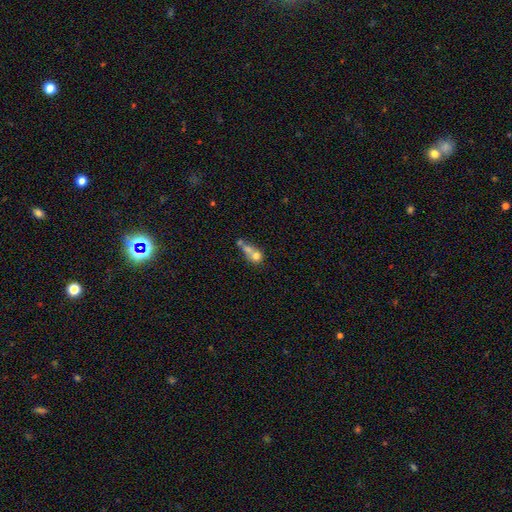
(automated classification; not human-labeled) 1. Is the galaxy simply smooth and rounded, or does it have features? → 62% smooth, 25% featured or disk, 13% star or artifact.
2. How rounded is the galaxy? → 67% round, 29% in between, 4% cigar-shaped.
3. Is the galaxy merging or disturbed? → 59% merger, 25% none, 8% minor disturbance, 8% major disturbance.